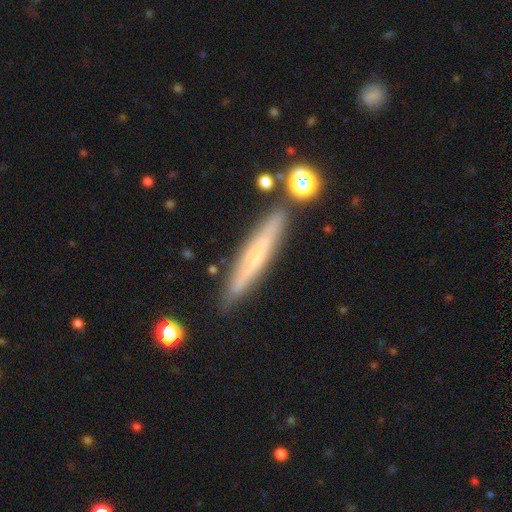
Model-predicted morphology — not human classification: Smooth or featured? Predicted: featured or disk (p=0.46, tied with smooth). Merging? Predicted: none (p=0.84).